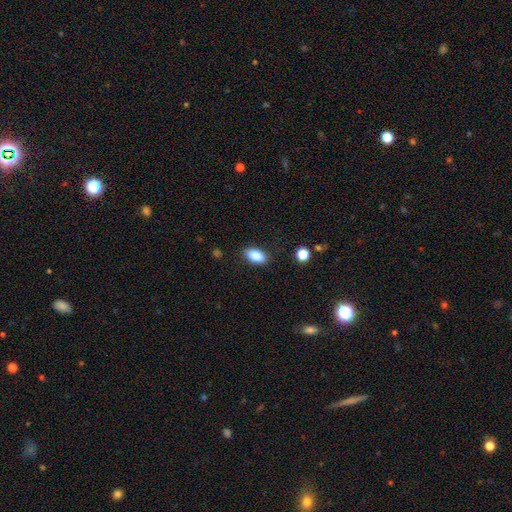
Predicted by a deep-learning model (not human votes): The model was most divided on "merging": none: 85%, minor disturbance: 11%, major disturbance: 3%, merger: 1%. More confident: how rounded — in between (90%); smooth or featured — smooth (87%).